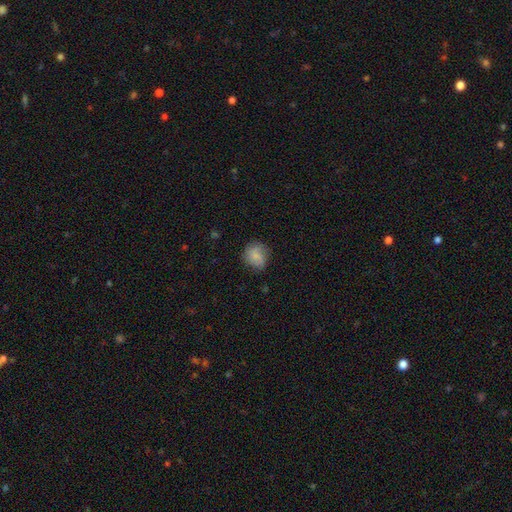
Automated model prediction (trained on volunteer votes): Smooth or featured?
  - smooth: 75% *
  - featured or disk: 17%
  - star or artifact: 8%
How rounded?
  - round: 72% *
  - in between: 27%
  - cigar-shaped: 1%
Merging?
  - none: 64% *
  - minor disturbance: 26%
  - major disturbance: 8%
  - merger: 1%